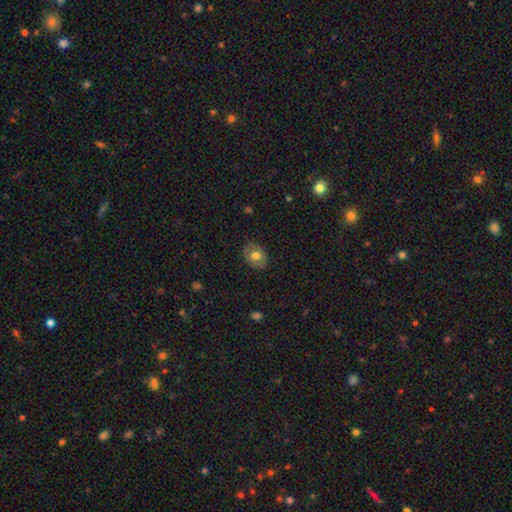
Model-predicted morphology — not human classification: smooth_or_featured: smooth (p=0.63) [alt: featured or disk p=0.29]
how_rounded: in between (p=0.66) [alt: round p=0.33]
merging: none (p=0.83) [alt: minor disturbance p=0.13]